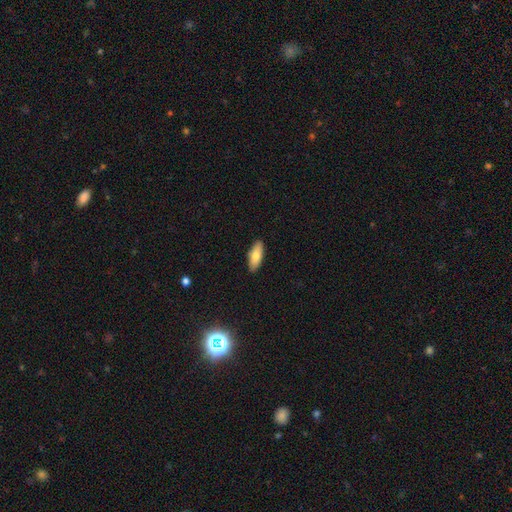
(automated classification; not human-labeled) A smooth galaxy with no disk features (75%) that is in between round and cigar-shaped (73%).

Vote fractions:
- Smooth or featured? smooth: 75% / featured or disk: 19% / star or artifact: 6%
- How rounded? in between: 73% / cigar-shaped: 25% / round: 2%
- Merging? none: 89% / minor disturbance: 9% / major disturbance: 2% / merger: 1%